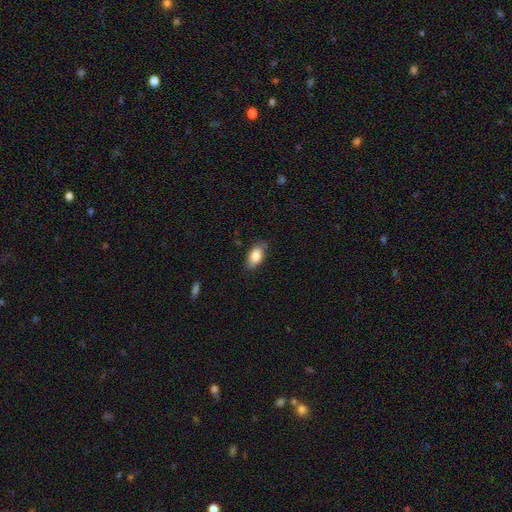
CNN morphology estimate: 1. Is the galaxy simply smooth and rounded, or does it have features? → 84% smooth, 9% featured or disk, 7% star or artifact.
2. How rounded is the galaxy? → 90% in between, 6% cigar-shaped, 4% round.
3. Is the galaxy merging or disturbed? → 79% none, 17% minor disturbance, 3% major disturbance, 1% merger.